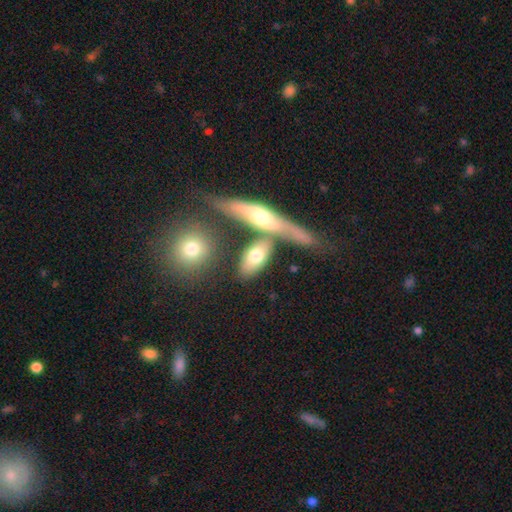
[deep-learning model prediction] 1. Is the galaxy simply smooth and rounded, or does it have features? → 67% smooth, 26% featured or disk, 6% star or artifact.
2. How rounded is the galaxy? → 78% in between, 16% cigar-shaped, 6% round.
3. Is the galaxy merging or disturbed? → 58% none, 24% merger, 13% minor disturbance, 5% major disturbance.